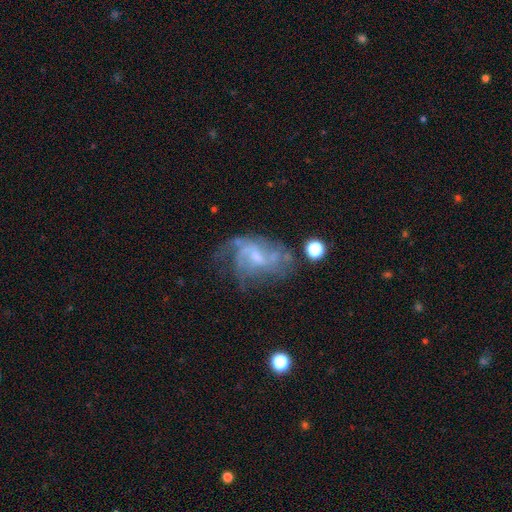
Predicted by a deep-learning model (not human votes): This appears to be a featured or disk galaxy (72%) with a weak bar (48%), medium (40%) spiral arms (75%) and a small central bulge (48%). Merging: none (41%).